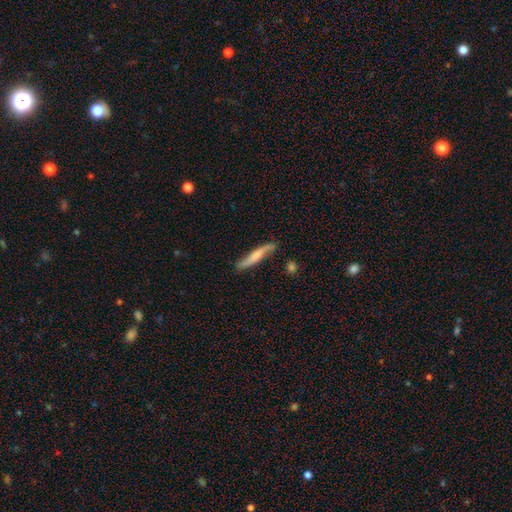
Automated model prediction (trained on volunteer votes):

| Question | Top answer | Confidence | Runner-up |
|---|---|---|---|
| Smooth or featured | smooth | 50% | featured or disk (44%) |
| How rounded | cigar-shaped | 90% | in between (8%) |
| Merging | none | 73% | minor disturbance (20%) |